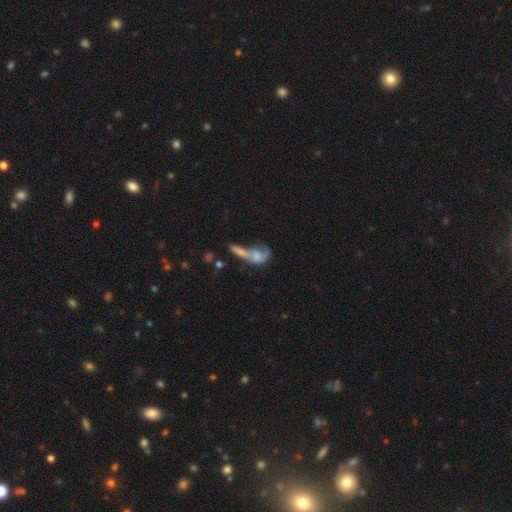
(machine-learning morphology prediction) Smooth or featured: smooth — 56% (featured or disk — 32%)
How rounded: in between — 63% (cigar-shaped — 22%)
Merging: merger — 56% (major disturbance — 18%)